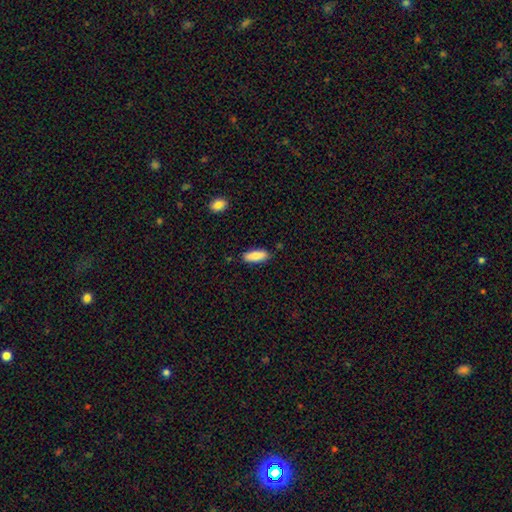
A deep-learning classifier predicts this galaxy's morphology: The model was most divided on "how rounded": in between: 69%, cigar-shaped: 29%, round: 2%. More confident: merging — none (86%); smooth or featured — smooth (84%).